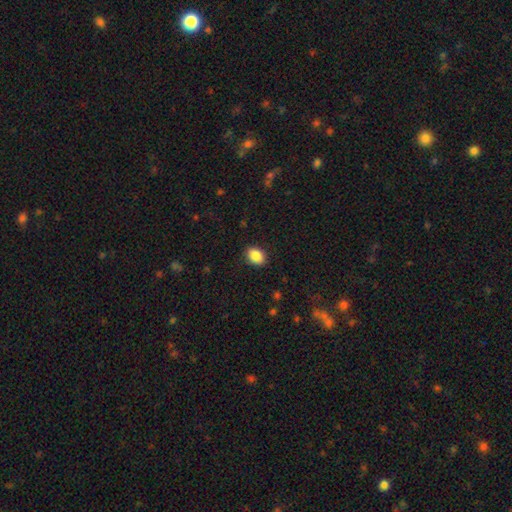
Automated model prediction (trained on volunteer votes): Smooth or featured? Predicted: smooth (p=0.88). How rounded? Predicted: in between (p=0.76). Merging? Predicted: none (p=0.89).